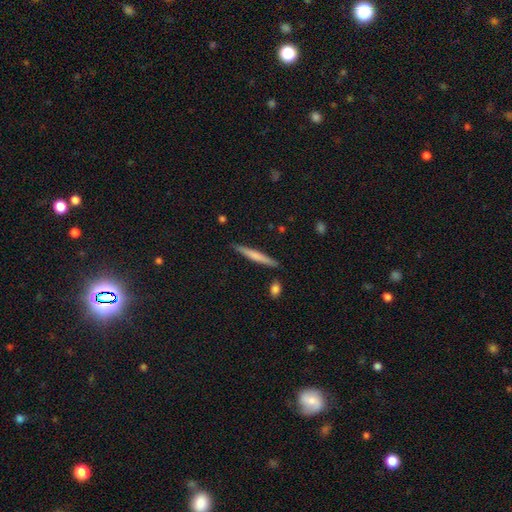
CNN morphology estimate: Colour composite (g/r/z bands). It shows a smooth galaxy with no disk features (59%) that is cigar-shaped (96%). Merging: none (87%).